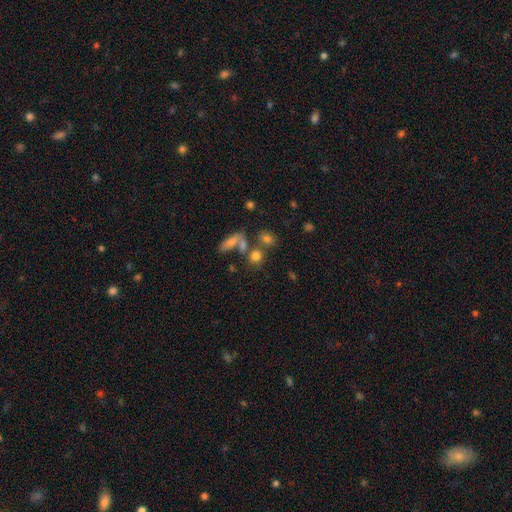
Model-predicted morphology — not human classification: Smooth or featured?
  - smooth: 75% *
  - star or artifact: 13%
  - featured or disk: 12%
How rounded?
  - round: 67% *
  - in between: 29%
  - cigar-shaped: 4%
Merging?
  - none: 51% *
  - merger: 32%
  - minor disturbance: 11%
  - major disturbance: 6%